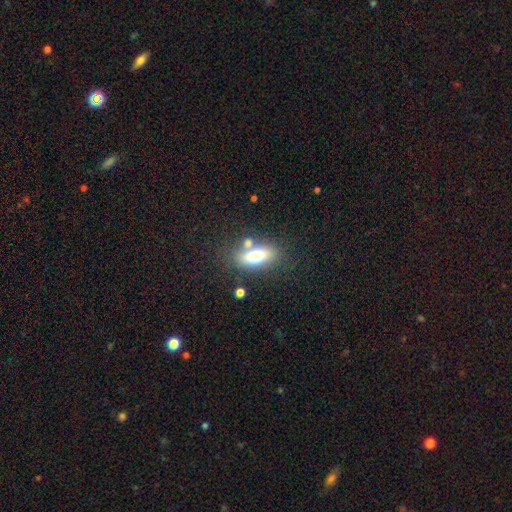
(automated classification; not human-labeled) smooth_or_featured: smooth (p=0.68) [alt: featured or disk p=0.23]
how_rounded: in between (p=0.78) [alt: cigar-shaped p=0.15]
merging: none (p=0.66) [alt: merger p=0.15]